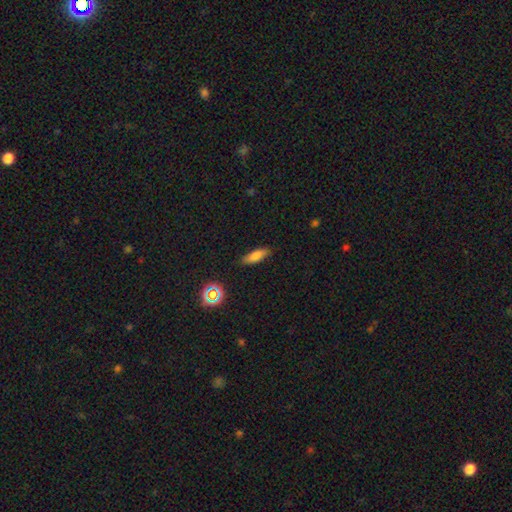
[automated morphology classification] Smooth or featured? smooth (77%)
How rounded? in between (54%)
Merging? none (85%)